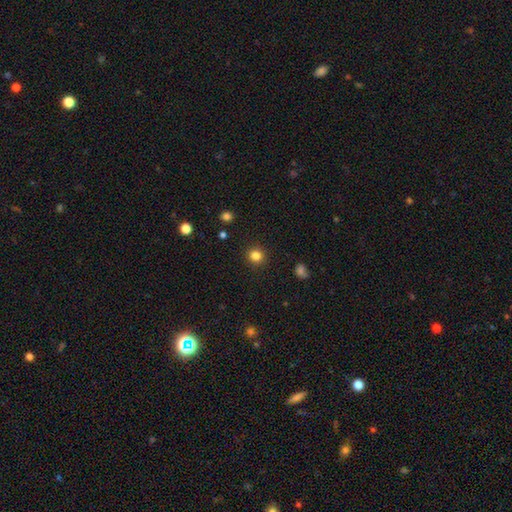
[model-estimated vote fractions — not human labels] The model was most divided on "smooth or featured": smooth: 83%, star or artifact: 13%, featured or disk: 5%. More confident: how rounded — round (92%); merging — none (91%).